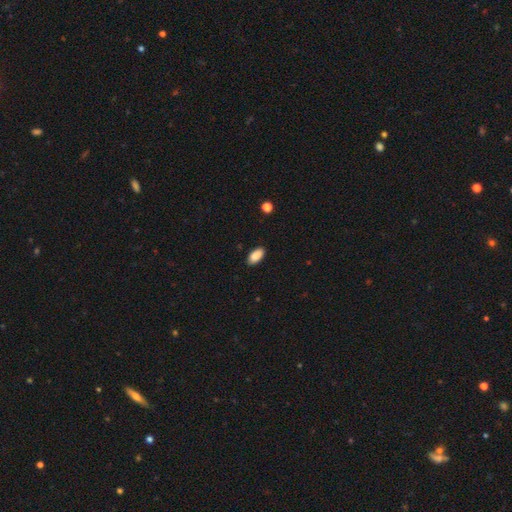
Smooth or featured?
  - smooth: 90% *
  - featured or disk: 5%
  - star or artifact: 5%
How rounded?
  - in between: 92% *
  - cigar-shaped: 6%
  - round: 3%
Merging?
  - none: 84% *
  - minor disturbance: 8%
  - major disturbance: 5%
  - merger: 3%